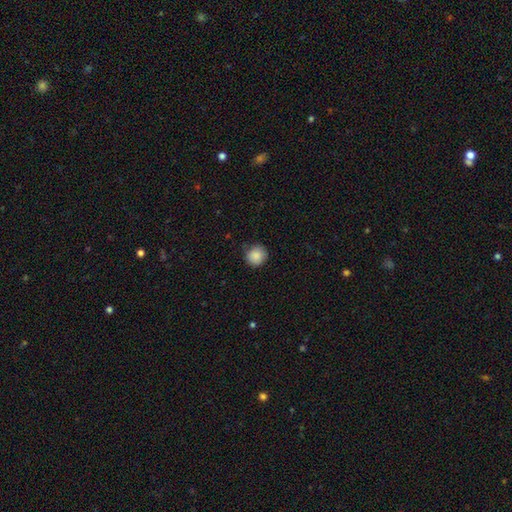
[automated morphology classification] This is clearly a smooth galaxy (88%). How rounded: clearly round (91%). Merging: clearly none (83%).